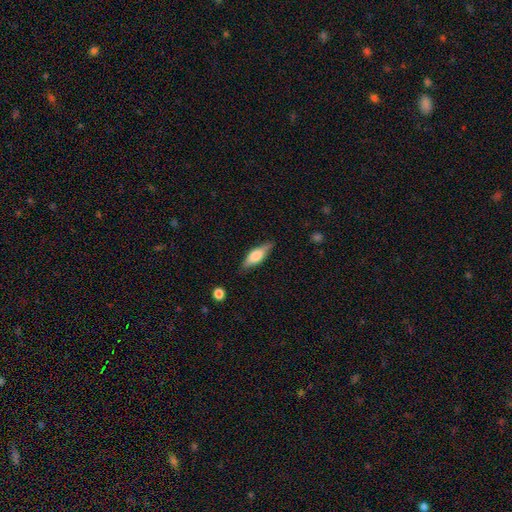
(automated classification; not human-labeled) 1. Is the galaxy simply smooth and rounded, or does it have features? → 55% smooth, 38% featured or disk, 6% star or artifact.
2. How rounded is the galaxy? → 51% in between, 47% cigar-shaped, 3% round.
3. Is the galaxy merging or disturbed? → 83% none, 13% minor disturbance, 3% major disturbance, 2% merger.